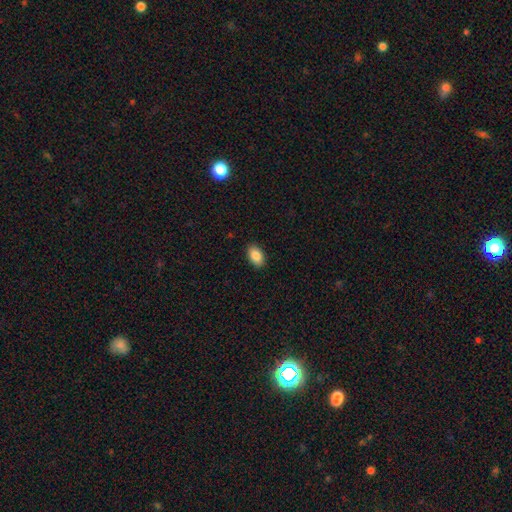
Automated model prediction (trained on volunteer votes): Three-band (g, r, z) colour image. It shows a smooth galaxy with no disk features (87%) that is in between round and cigar-shaped (91%). Merging: none (90%).